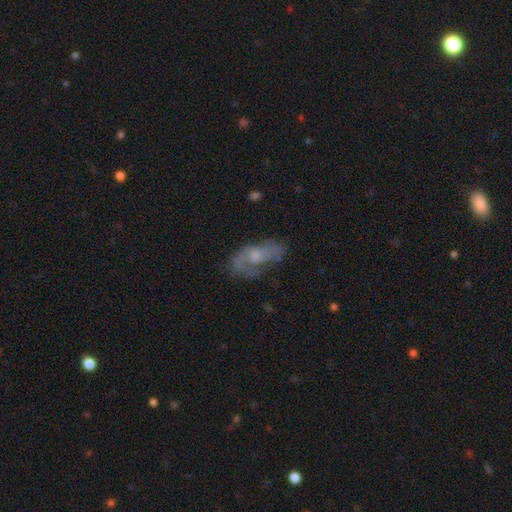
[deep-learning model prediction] Smooth or featured? featured or disk (60%)
Edge-on disk? no (92%)
Bar? no (69%)
Spiral arms? yes (72%)
Bulge size? small (42%)
Merging? none (54%)